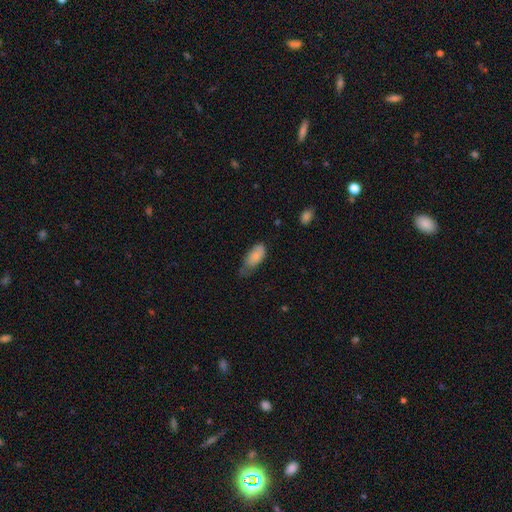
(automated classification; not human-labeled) A smooth galaxy with no disk features (81%) that is in between round and cigar-shaped (90%).

Vote fractions:
- Smooth or featured? smooth: 81% / featured or disk: 12% / star or artifact: 7%
- How rounded? in between: 90% / cigar-shaped: 8% / round: 2%
- Merging? minor disturbance: 45% / none: 37% / major disturbance: 16% / merger: 2%